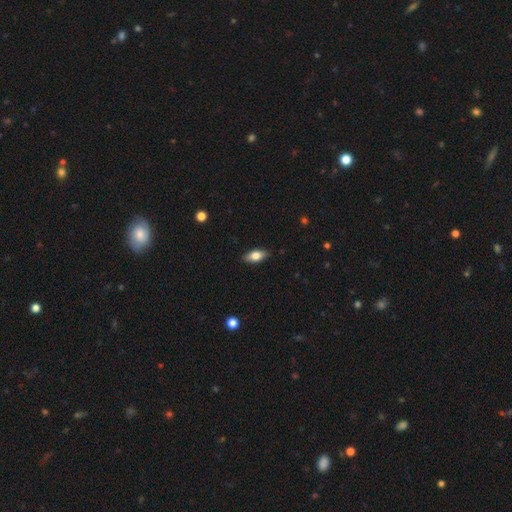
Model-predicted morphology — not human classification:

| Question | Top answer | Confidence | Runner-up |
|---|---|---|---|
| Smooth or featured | smooth | 75% | featured or disk (19%) |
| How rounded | in between | 85% | cigar-shaped (11%) |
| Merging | none | 87% | minor disturbance (10%) |